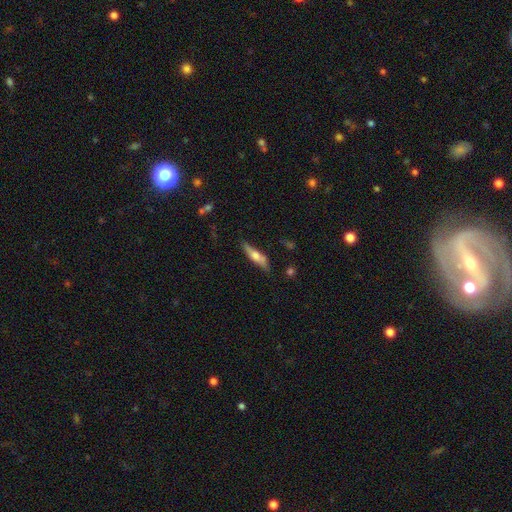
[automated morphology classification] smooth 49%, featured or disk 44%, star or artifact 6%. Down the decision tree: merging — none (76%).